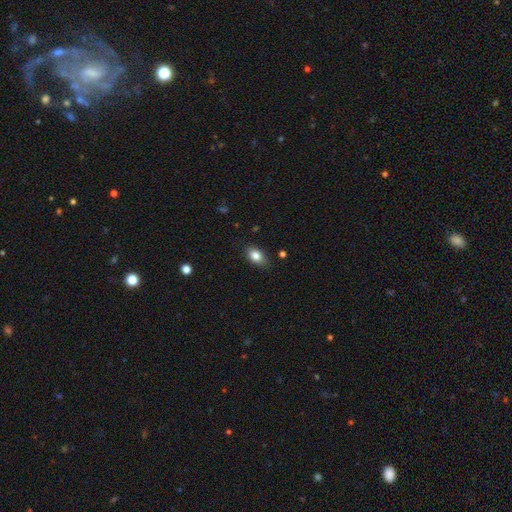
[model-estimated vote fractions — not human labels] Overall: smooth (83%). How rounded: in between (85%). Merging: none (82%).